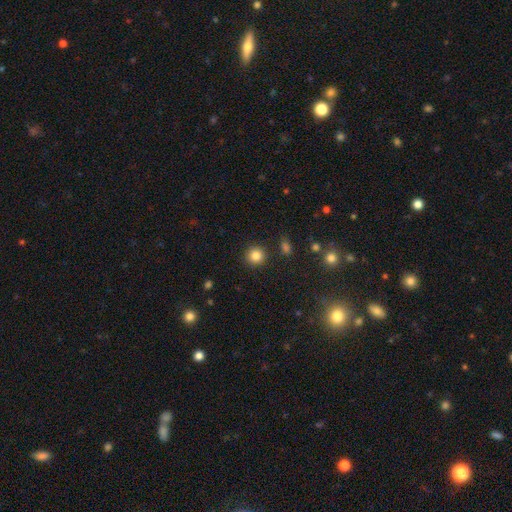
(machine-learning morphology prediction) A smooth galaxy with no disk features (84%) that is round (93%).

Vote fractions:
- Smooth or featured? smooth: 84% / star or artifact: 11% / featured or disk: 5%
- How rounded? round: 93% / in between: 6% / cigar-shaped: 1%
- Merging? none: 89% / minor disturbance: 6% / major disturbance: 2% / merger: 2%